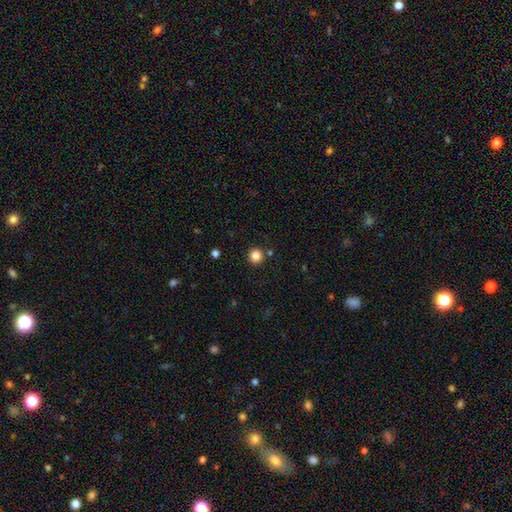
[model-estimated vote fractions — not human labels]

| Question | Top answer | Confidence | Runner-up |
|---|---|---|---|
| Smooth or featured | smooth | 84% | star or artifact (12%) |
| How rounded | round | 96% | in between (3%) |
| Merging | none | 90% | minor disturbance (5%) |